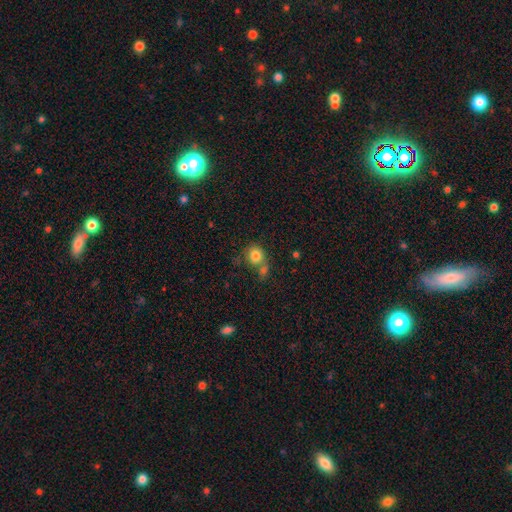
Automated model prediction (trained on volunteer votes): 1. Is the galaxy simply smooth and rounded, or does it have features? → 82% smooth, 10% star or artifact, 8% featured or disk.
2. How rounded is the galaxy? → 80% round, 19% in between, 1% cigar-shaped.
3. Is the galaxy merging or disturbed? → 50% none, 31% merger, 13% minor disturbance, 6% major disturbance.